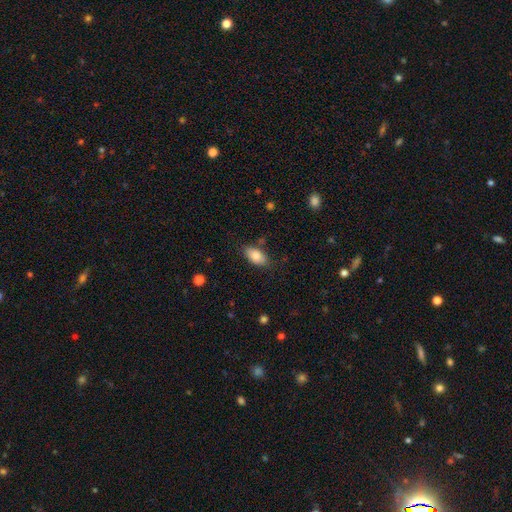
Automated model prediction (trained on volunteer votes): A smooth galaxy with no disk features (84%) that is in between round and cigar-shaped (92%). Merging: none (80%).